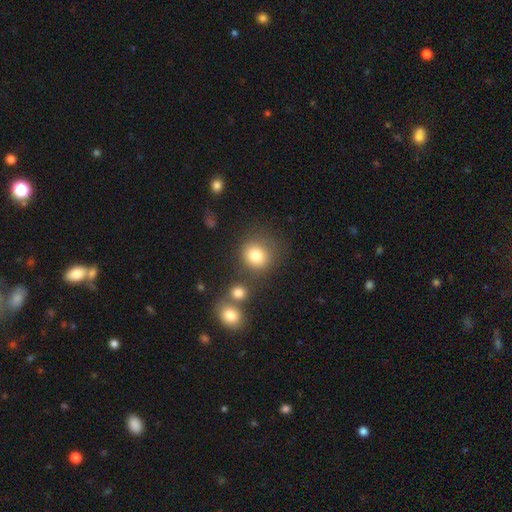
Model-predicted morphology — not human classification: smooth_or_featured: smooth (p=0.81) [alt: star or artifact p=0.11]
how_rounded: round (p=0.82) [alt: in between p=0.17]
merging: none (p=0.69) [alt: minor disturbance p=0.13]